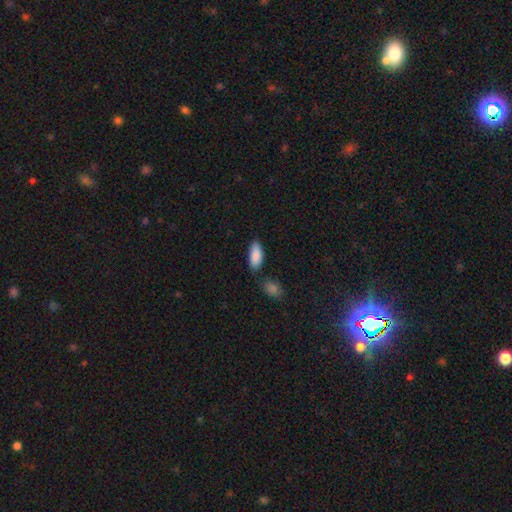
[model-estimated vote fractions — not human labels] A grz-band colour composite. It shows a smooth galaxy with no disk features (89%) that is in between round and cigar-shaped (87%). Merging: none (73%).